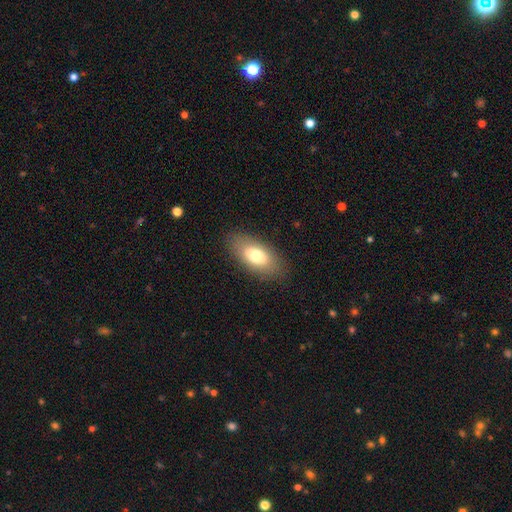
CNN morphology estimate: Smooth or featured?
  - smooth: 74% *
  - featured or disk: 19%
  - star or artifact: 8%
How rounded?
  - in between: 89% *
  - cigar-shaped: 6%
  - round: 4%
Merging?
  - none: 85% *
  - minor disturbance: 11%
  - major disturbance: 3%
  - merger: 1%